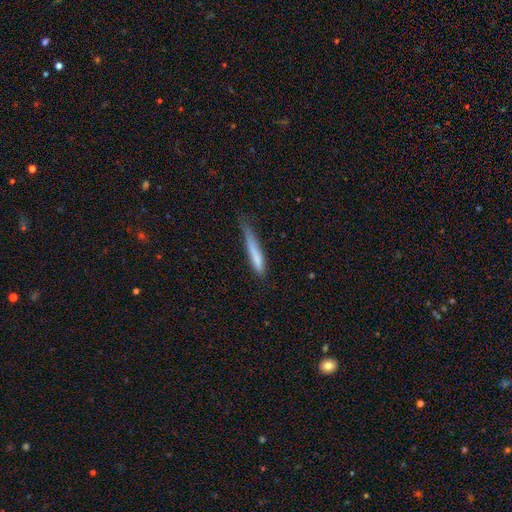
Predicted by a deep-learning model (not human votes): Smooth or featured? Predicted: smooth (p=0.73). How rounded? Predicted: cigar-shaped (p=0.94). Merging? Predicted: none (p=0.54).